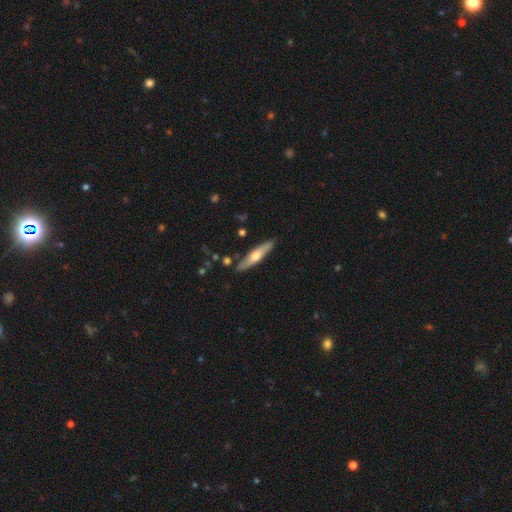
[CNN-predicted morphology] Overall: featured or disk (49%; smooth 45%). Merging: none (86%).